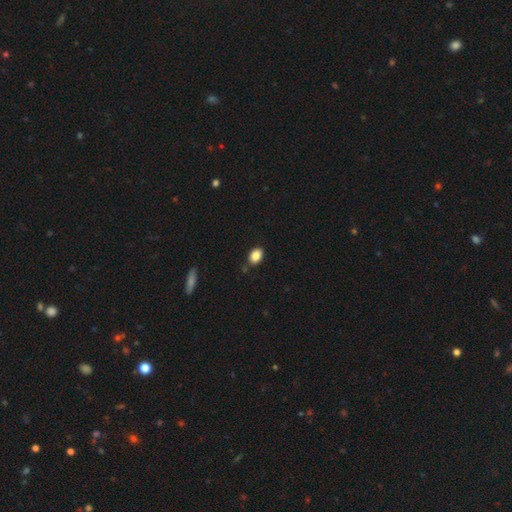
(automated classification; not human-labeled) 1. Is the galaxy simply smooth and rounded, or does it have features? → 86% smooth, 9% star or artifact, 6% featured or disk.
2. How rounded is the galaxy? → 77% in between, 22% round, 1% cigar-shaped.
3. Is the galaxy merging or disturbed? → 82% none, 12% minor disturbance, 3% merger, 2% major disturbance.